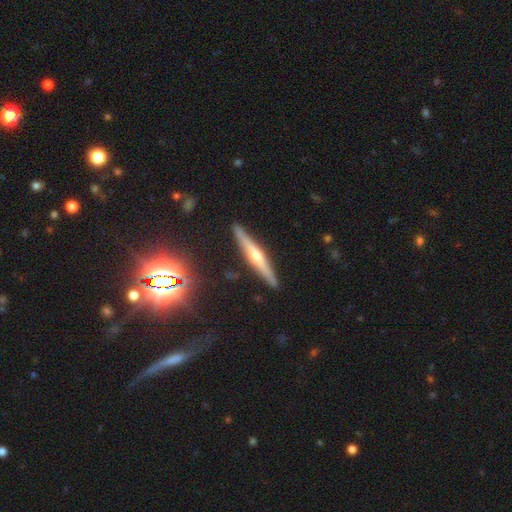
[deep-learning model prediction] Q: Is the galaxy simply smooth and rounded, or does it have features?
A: featured or disk — 67%.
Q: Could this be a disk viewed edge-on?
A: yes — 96%.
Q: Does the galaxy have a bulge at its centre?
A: rounded — 86%.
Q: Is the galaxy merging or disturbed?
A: none — 90%.